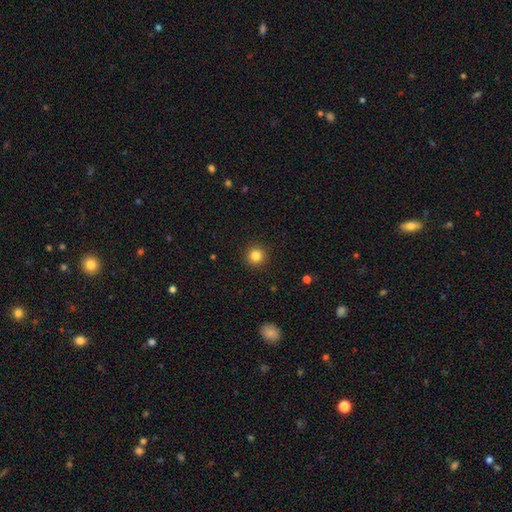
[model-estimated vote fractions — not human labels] This appears to be a smooth galaxy with no disk features (84%) that is round (95%). Merging: none (92%).